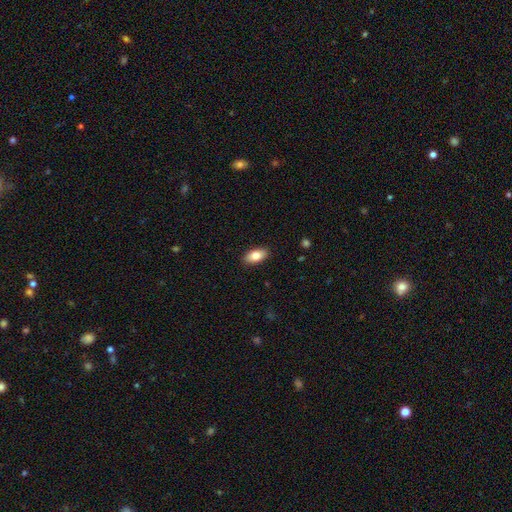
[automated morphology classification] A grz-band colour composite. It shows a smooth galaxy with no disk features (82%) that is in between round and cigar-shaped (91%). Merging: none (89%).